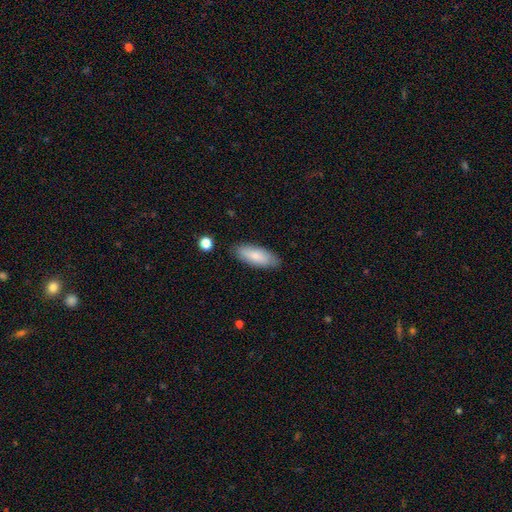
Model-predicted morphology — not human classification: A smooth galaxy with no disk features (77%) that is in between round and cigar-shaped (73%).

Vote fractions:
- Smooth or featured? smooth: 77% / featured or disk: 17% / star or artifact: 6%
- How rounded? in between: 73% / cigar-shaped: 25% / round: 2%
- Merging? none: 83% / minor disturbance: 13% / major disturbance: 3% / merger: 2%